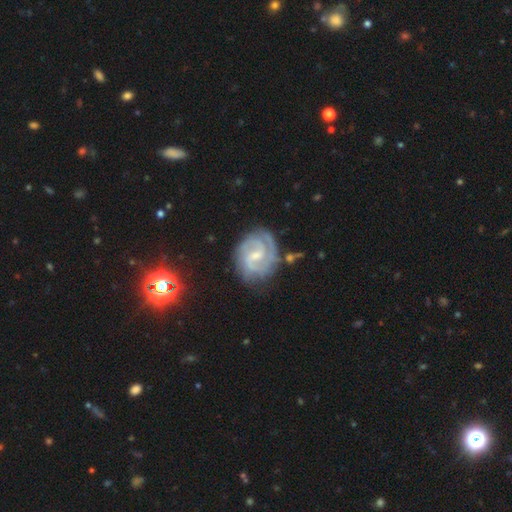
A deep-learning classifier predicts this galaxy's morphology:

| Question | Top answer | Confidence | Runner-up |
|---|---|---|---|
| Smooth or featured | featured or disk | 87% | smooth (8%) |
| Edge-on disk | no | 98% | yes (2%) |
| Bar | weak | 61% | no (21%) |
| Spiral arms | yes | 97% | no (3%) |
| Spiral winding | tight | 56% | medium (37%) |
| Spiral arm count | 2 | 66% | 3 (14%) |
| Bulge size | small | 53% | moderate (35%) |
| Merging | none | 72% | minor disturbance (18%) |